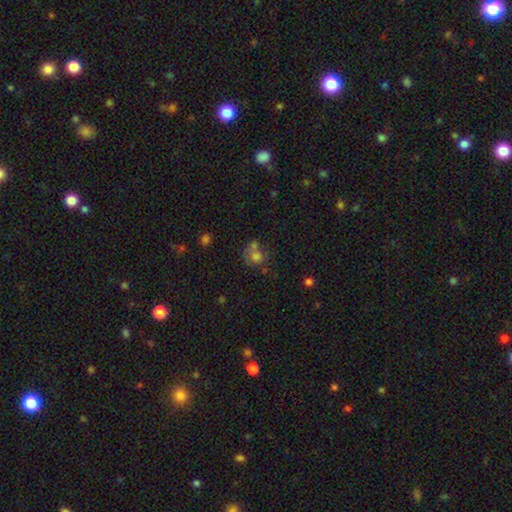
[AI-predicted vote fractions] This is likely a smooth galaxy (66%). How rounded: likely round (73%). Merging: marginally merger (39%).